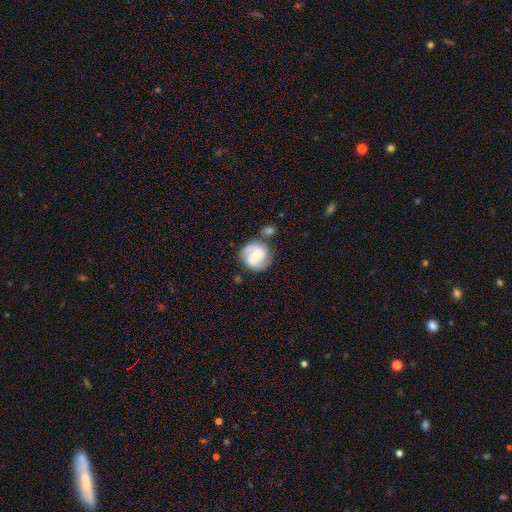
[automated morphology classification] Smooth or featured?
  - featured or disk: 66% *
  - smooth: 27%
  - star or artifact: 7%
Edge-on disk?
  - no: 98% *
  - yes: 2%
Bar?
  - no: 52% *
  - weak: 37%
  - strong: 11%
Spiral arms?
  - yes: 90% *
  - no: 10%
Spiral winding?
  - medium: 44% *
  - tight: 41%
  - loose: 15%
Spiral arm count?
  - 2: 73% *
  - can't tell: 12%
  - 3: 9%
  - 1: 3%
  - 4: 2%
  - more than 4: 2%
Bulge size?
  - moderate: 48% *
  - small: 45%
  - large: 4%
  - none: 2%
  - dominant: 1%
Merging?
  - none: 67% *
  - minor disturbance: 17%
  - merger: 10%
  - major disturbance: 6%